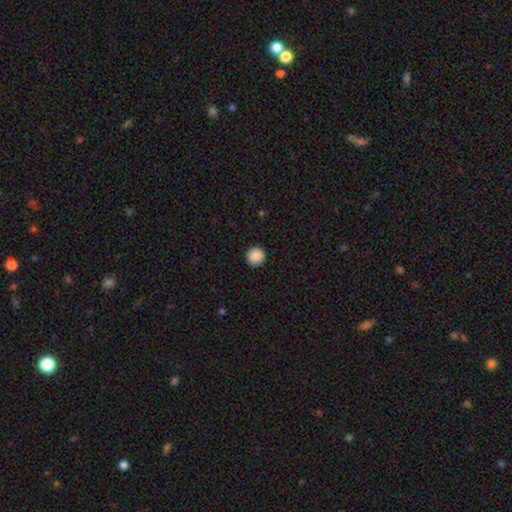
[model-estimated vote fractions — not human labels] Smooth or featured: smooth — 89% (star or artifact — 8%)
How rounded: round — 96% (in between — 4%)
Merging: none — 92% (minor disturbance — 5%)